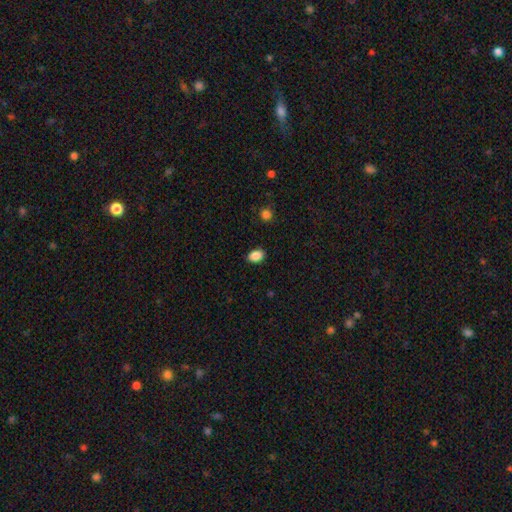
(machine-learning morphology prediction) smooth-or-featured: smooth: 88% | star or artifact: 9% | featured or disk: 3%
  how-rounded: in between: 75% | round: 23% | cigar-shaped: 1%
  merging: none: 87% | minor disturbance: 9% | major disturbance: 2% | merger: 1%